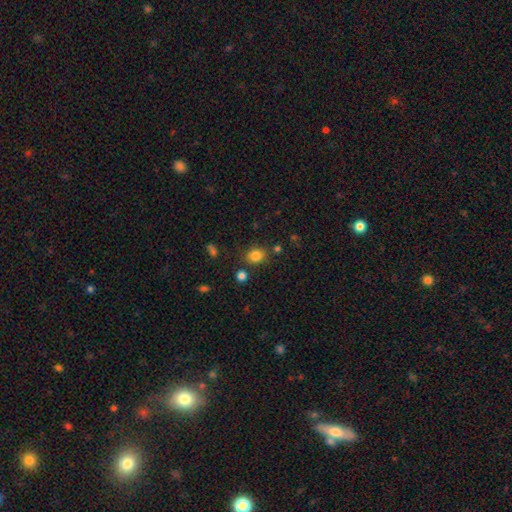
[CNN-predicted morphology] A smooth galaxy with no disk features (82%) that is round (68%). Merging: none (79%).